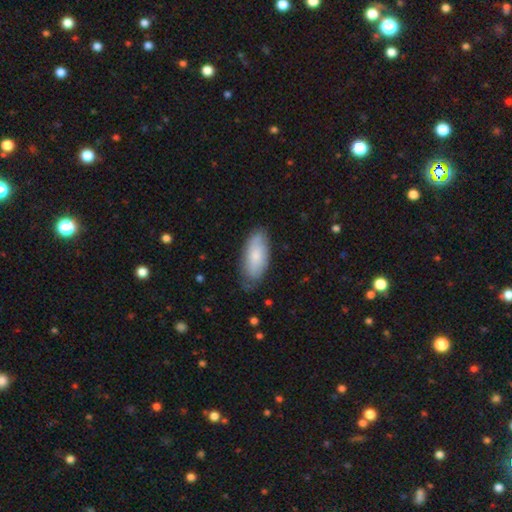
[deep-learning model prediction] This appears to be a smooth galaxy with no disk features (68%) that is in between round and cigar-shaped (88%). Merging: none (72%).